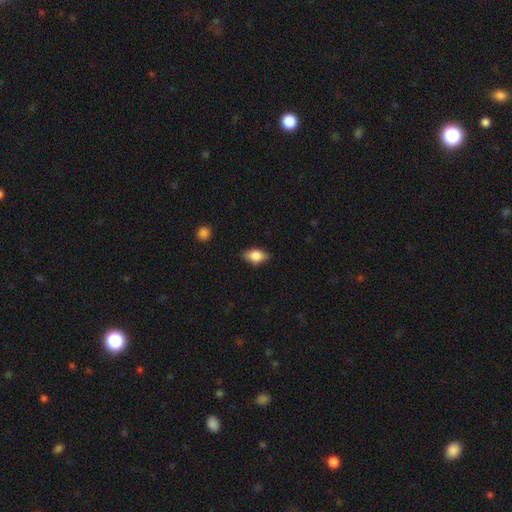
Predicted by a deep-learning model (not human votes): Smooth or featured? smooth (76%)
How rounded? in between (86%)
Merging? none (82%)